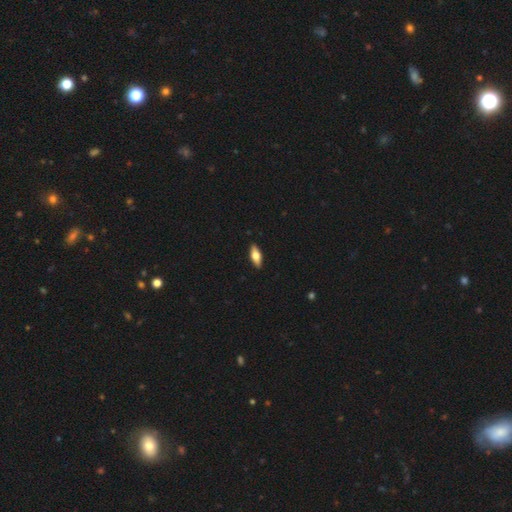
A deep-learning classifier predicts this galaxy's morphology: This appears to be a smooth galaxy with no disk features (60%) that is in between round and cigar-shaped (70%). Merging: none (90%).